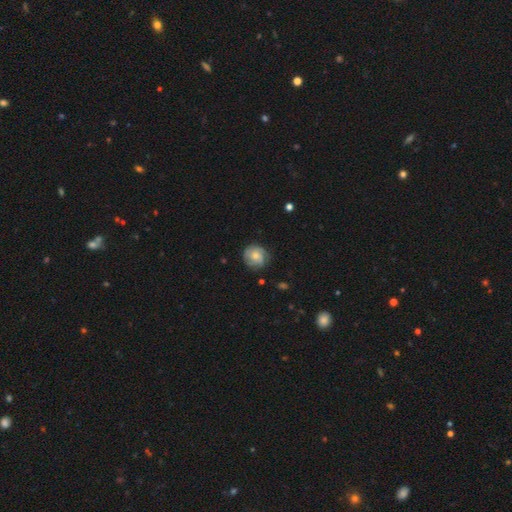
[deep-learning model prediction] Morphology: type=featured or disk (59%); edge-on=no (98%); bar=no (76%); spiral arms=yes (88%); winding=tight (59%); arm count=3 (29%, tied with can't tell); bulge=moderate (57%); merging=none (75%).